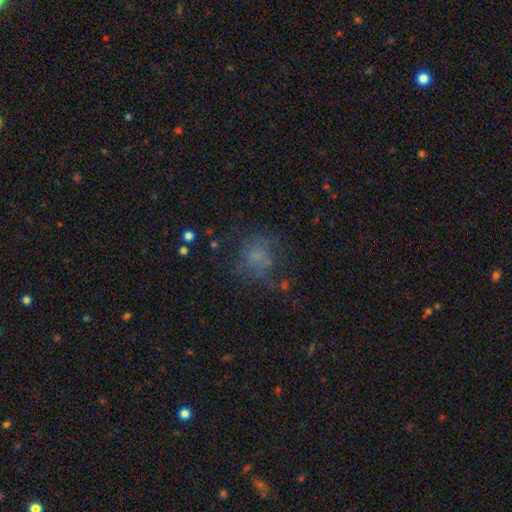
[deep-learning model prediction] A smooth galaxy with no disk features (50%).

Vote fractions:
- Smooth or featured? smooth: 50% / star or artifact: 30% / featured or disk: 20%
- Merging? none: 57% / minor disturbance: 20% / major disturbance: 18% / merger: 4%